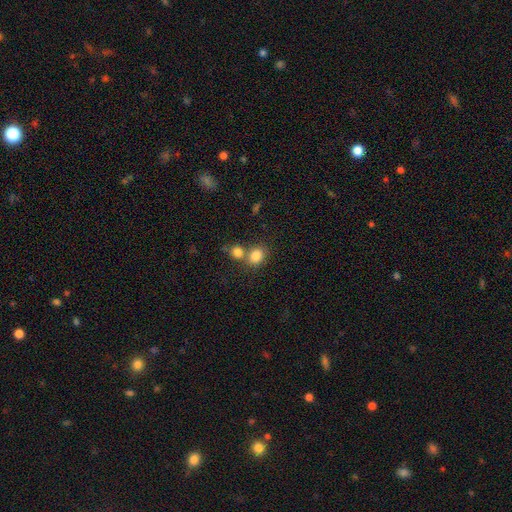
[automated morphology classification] type=smooth (84%); roundness=round (57%); merging=none (47%).